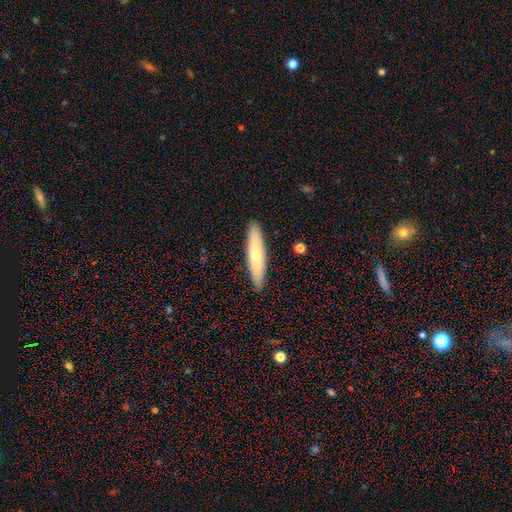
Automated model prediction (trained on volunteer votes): Q: Smooth or featured?
A: smooth (60%); runner-up: featured or disk (34%)
Q: How rounded?
A: cigar-shaped (83%); runner-up: in between (15%)
Q: Merging?
A: none (90%); runner-up: minor disturbance (7%)